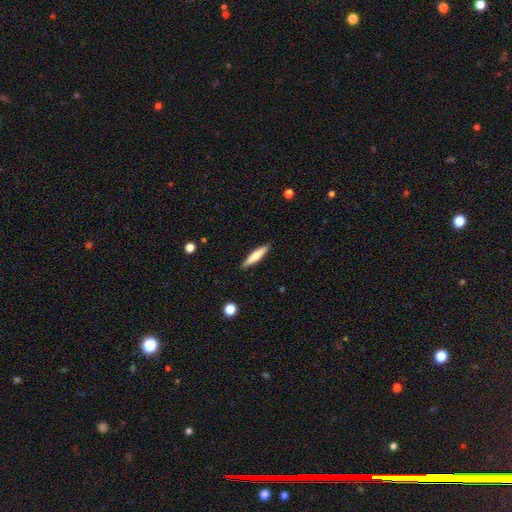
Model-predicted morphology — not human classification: Overall: smooth (62%; featured or disk 32%). How rounded: cigar-shaped (85%). Merging: none (90%).